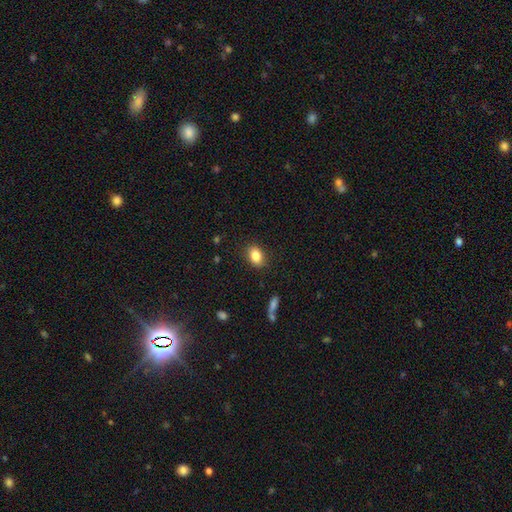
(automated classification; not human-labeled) smooth_or_featured: smooth (p=0.84) [alt: star or artifact p=0.09]
how_rounded: in between (p=0.80) [alt: round p=0.18]
merging: none (p=0.86) [alt: minor disturbance p=0.10]